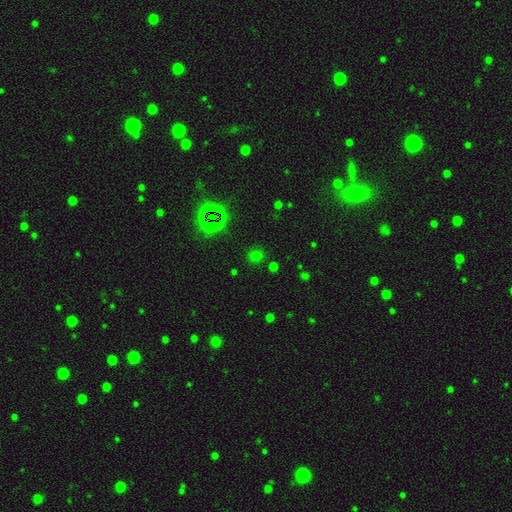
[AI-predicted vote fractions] smooth-or-featured: smooth: 53% | star or artifact: 41% | featured or disk: 6%
  how-rounded: round: 85% | in between: 14% | cigar-shaped: 1%
  merging: none: 85% | minor disturbance: 9% | major disturbance: 4% | merger: 3%